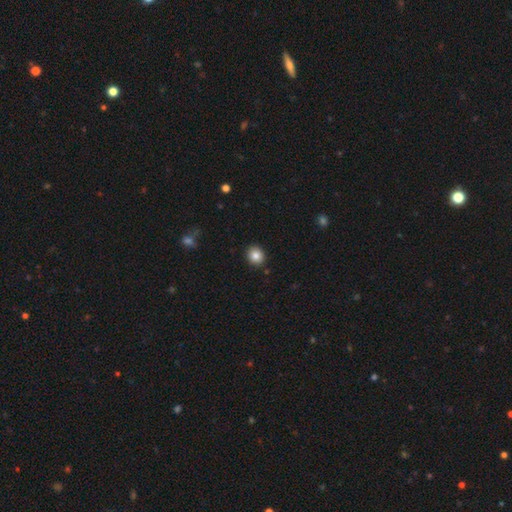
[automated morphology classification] Overall: smooth (84%). How rounded: round (78%). Merging: none (91%).